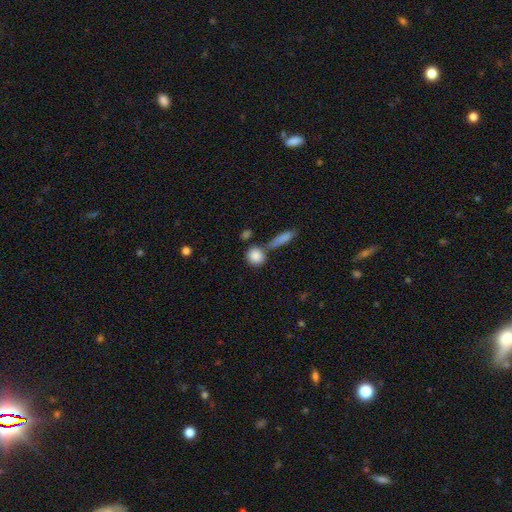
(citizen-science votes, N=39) Smooth or featured? smooth (85%)
How rounded? round (91%)
Merging? none (81%)